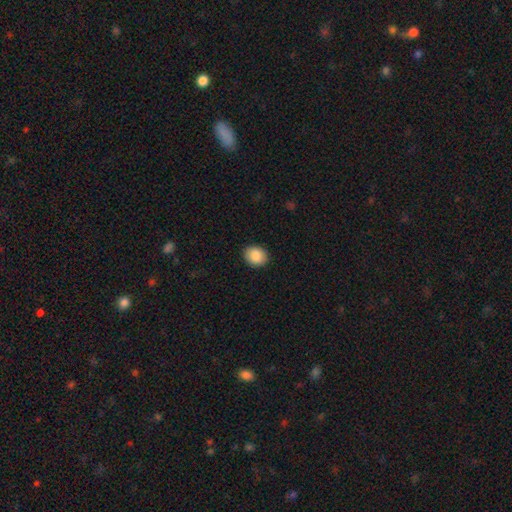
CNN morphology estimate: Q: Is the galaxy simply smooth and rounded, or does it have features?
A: smooth — 88%.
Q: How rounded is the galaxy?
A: in between — 50%.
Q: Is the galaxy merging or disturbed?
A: none — 89%.